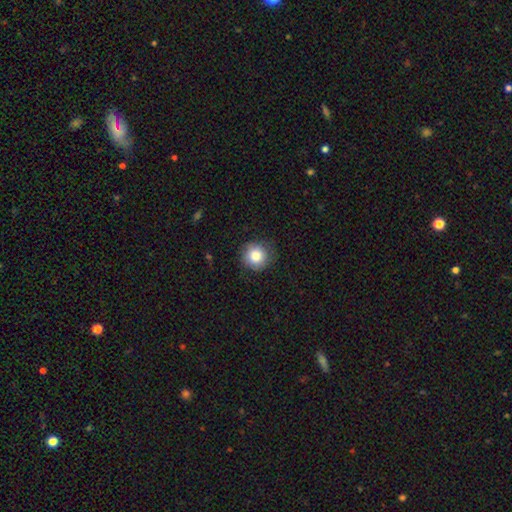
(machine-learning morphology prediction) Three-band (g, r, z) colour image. It shows a smooth galaxy with no disk features (84%) that is round (93%). Merging: none (81%).